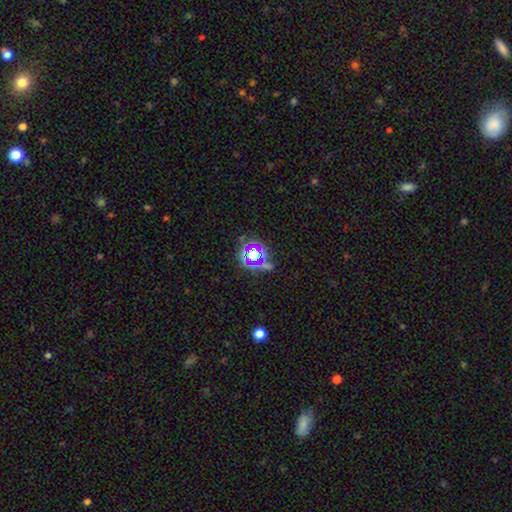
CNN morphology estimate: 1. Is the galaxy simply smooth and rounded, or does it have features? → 63% star or artifact, 25% smooth, 11% featured or disk.